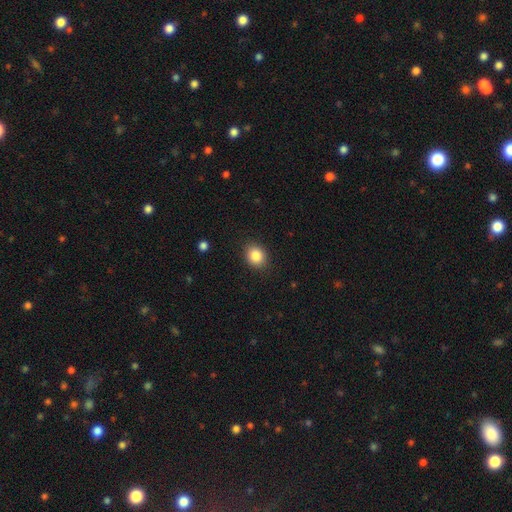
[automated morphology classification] Q: Smooth or featured?
A: smooth (85%); runner-up: star or artifact (10%)
Q: How rounded?
A: round (67%); runner-up: in between (33%)
Q: Merging?
A: none (88%); runner-up: minor disturbance (8%)